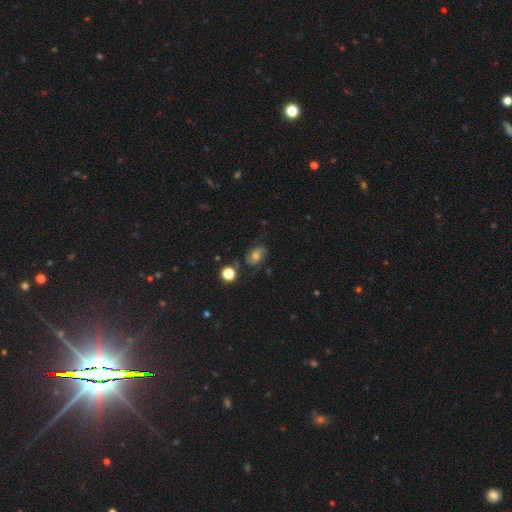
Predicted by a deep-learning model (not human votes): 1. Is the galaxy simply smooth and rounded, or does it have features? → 45% smooth, 40% featured or disk, 15% star or artifact.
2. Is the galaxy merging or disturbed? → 69% none, 20% minor disturbance, 8% major disturbance, 3% merger.